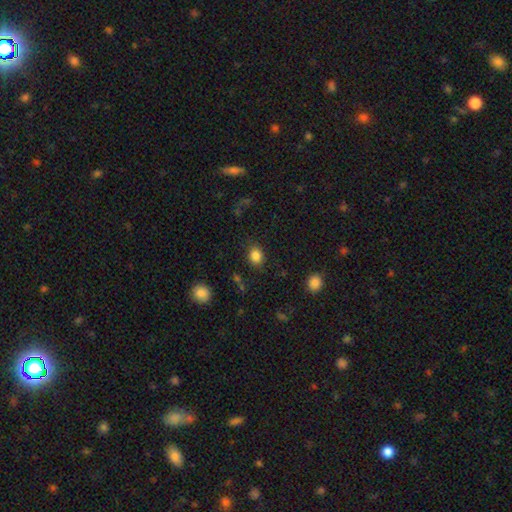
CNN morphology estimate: smooth_or_featured: smooth (p=0.85) [alt: star or artifact p=0.10]
how_rounded: round (p=0.52) [alt: in between p=0.47]
merging: none (p=0.83) [alt: minor disturbance p=0.12]